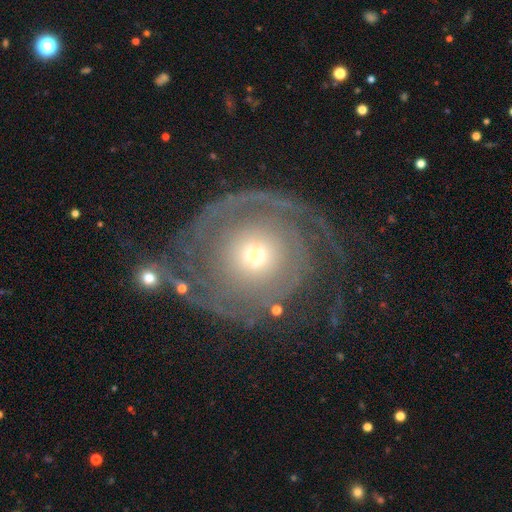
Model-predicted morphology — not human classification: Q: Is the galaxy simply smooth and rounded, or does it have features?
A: featured or disk — 75%.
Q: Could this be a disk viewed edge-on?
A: no — 96%.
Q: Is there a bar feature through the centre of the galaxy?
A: no — 70%.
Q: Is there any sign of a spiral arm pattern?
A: yes — 79%.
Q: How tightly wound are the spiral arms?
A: tight — 56%.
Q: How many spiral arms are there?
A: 2 — 33%.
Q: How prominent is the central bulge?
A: small — 62%.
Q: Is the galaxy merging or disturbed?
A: none — 58%.